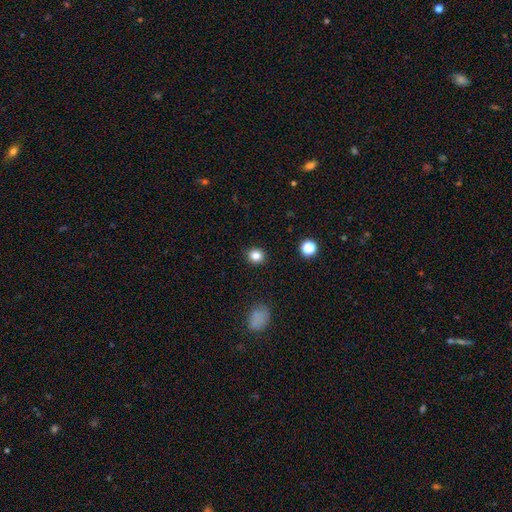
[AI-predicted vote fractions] This appears to be a smooth galaxy with no disk features (83%) that is round (80%). Merging: none (90%).